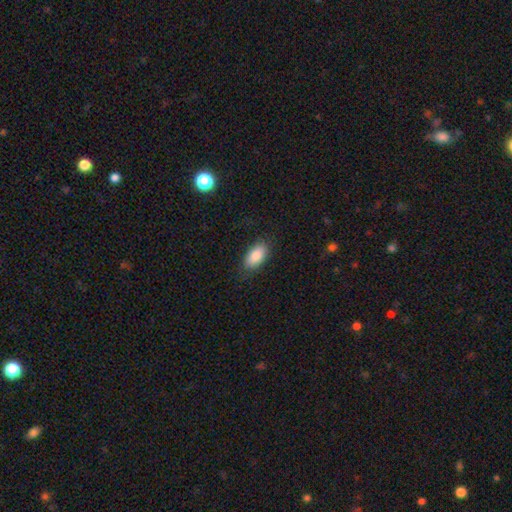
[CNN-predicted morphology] type=smooth (85%); roundness=in between (93%); merging=none (82%).